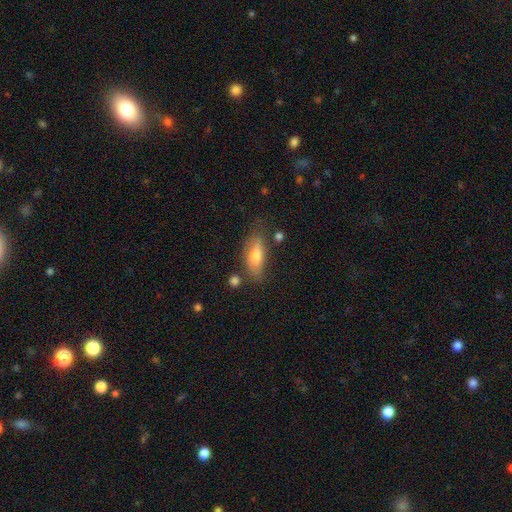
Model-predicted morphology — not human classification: Smooth or featured?
  - smooth: 71% *
  - featured or disk: 22%
  - star or artifact: 7%
How rounded?
  - in between: 72% *
  - cigar-shaped: 25%
  - round: 3%
Merging?
  - none: 67% *
  - minor disturbance: 21%
  - major disturbance: 6%
  - merger: 6%